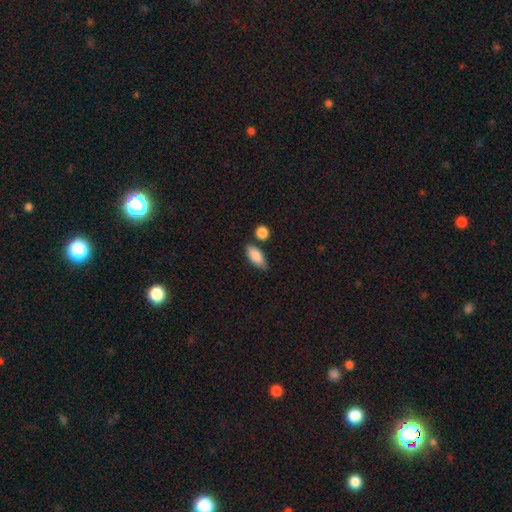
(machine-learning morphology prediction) type=smooth (85%); roundness=in between (83%); merging=none (70%).